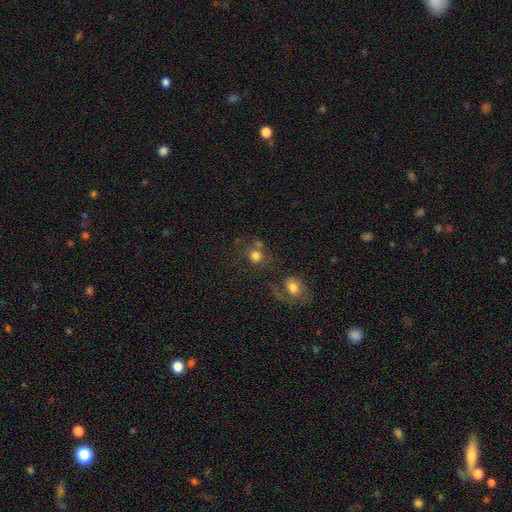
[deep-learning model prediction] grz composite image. It shows a smooth galaxy with no disk features (74%) that is round (81%). Merging: none (49%).